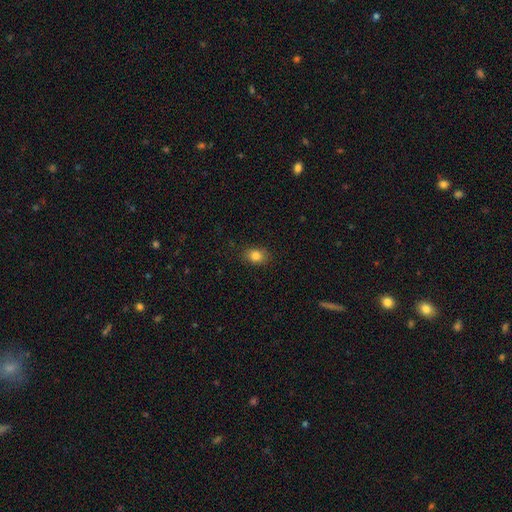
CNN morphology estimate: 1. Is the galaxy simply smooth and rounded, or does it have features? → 82% smooth, 11% star or artifact, 7% featured or disk.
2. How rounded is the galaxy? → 64% in between, 35% round, 1% cigar-shaped.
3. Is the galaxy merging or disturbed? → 88% none, 9% minor disturbance, 2% major disturbance, 1% merger.